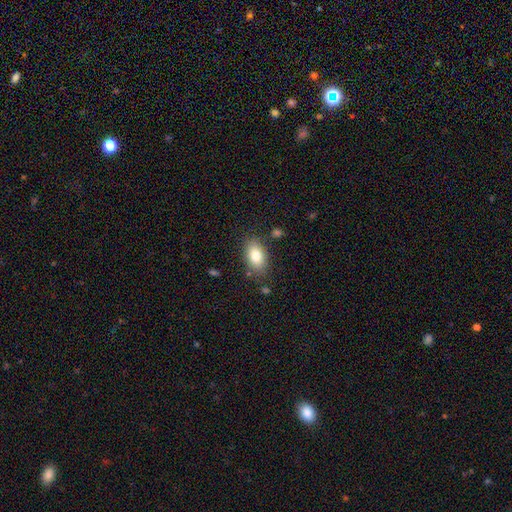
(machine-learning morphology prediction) This is clearly a smooth galaxy (80%). How rounded: clearly in between (89%). Merging: clearly none (81%).